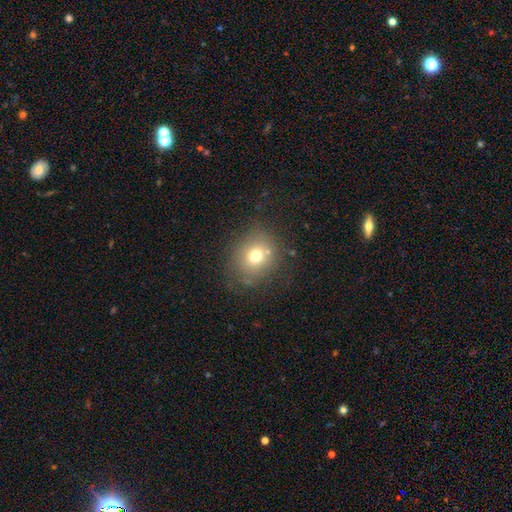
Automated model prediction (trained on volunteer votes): The model was most divided on "how rounded": round: 73%, in between: 26%, cigar-shaped: 1%. More confident: merging — none (74%); smooth or featured — smooth (70%).